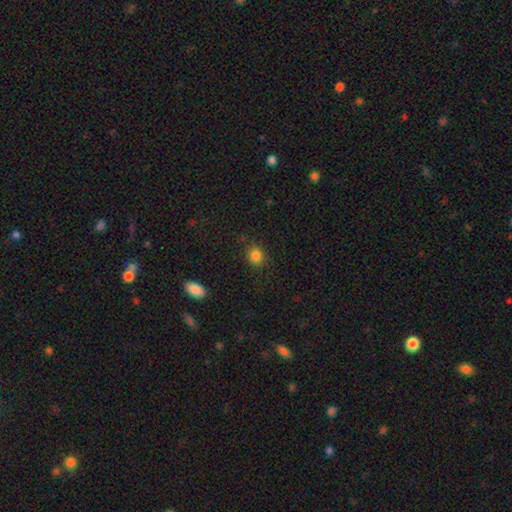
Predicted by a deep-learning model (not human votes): Smooth or featured? smooth (84%)
How rounded? round (73%)
Merging? none (87%)